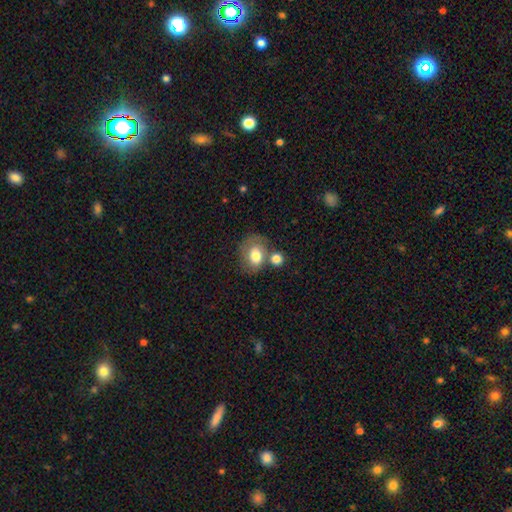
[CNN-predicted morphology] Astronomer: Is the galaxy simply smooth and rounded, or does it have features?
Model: smooth — 68%.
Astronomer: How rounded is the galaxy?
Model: in between — 56% (runner-up: round, 43%).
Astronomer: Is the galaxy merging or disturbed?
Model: none — 44% (runner-up: merger, 30%).